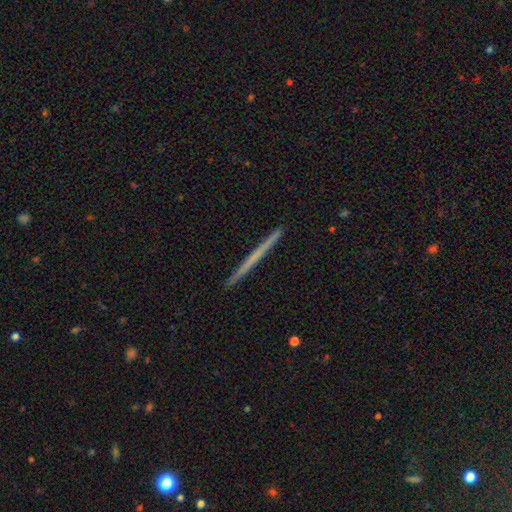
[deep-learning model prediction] Smooth or featured? Predicted: featured or disk (p=0.52). Edge-on disk? Predicted: yes (p=0.98). Edge-on bulge? Predicted: none (p=0.94). Merging? Predicted: none (p=0.93).